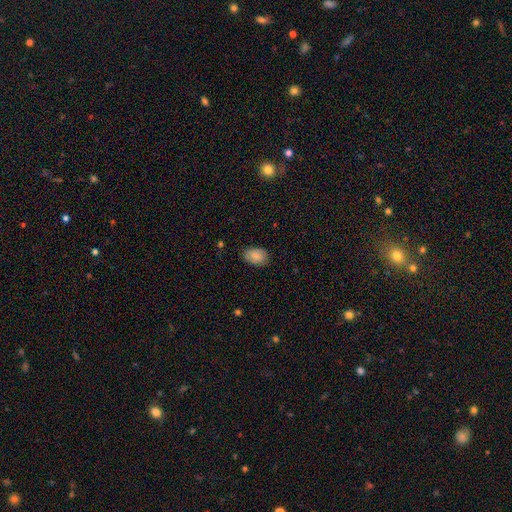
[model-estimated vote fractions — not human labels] smooth-or-featured: smooth: 86% | star or artifact: 7% | featured or disk: 7%
  how-rounded: in between: 85% | round: 13% | cigar-shaped: 1%
  merging: none: 83% | minor disturbance: 13% | major disturbance: 3% | merger: 1%